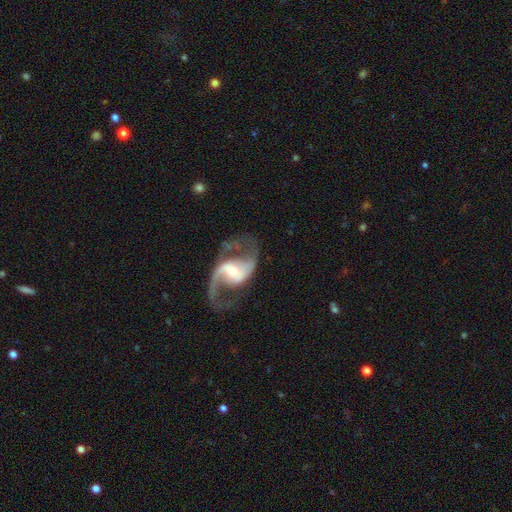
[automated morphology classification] featured or disk 91%, star or artifact 6%, smooth 3%. Down the decision tree: edge-on disk — no (97%); bar — weak (44%); spiral arms — yes (98%); spiral arm count — 2 (93%); spiral winding — medium (52%); bulge size — moderate (48%); merging — none (76%).